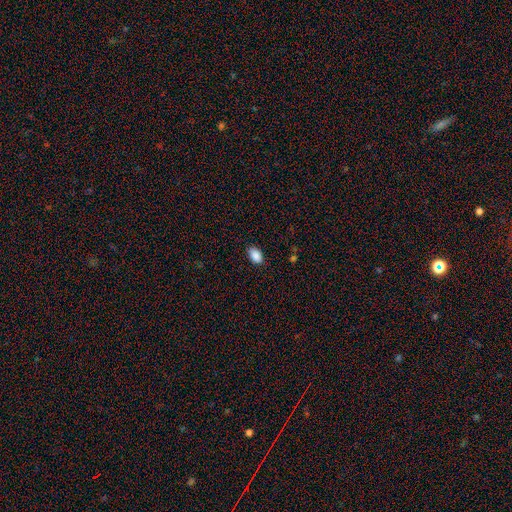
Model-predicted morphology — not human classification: This appears to be a smooth galaxy with no disk features (89%) that is in between round and cigar-shaped (90%). Merging: none (85%).